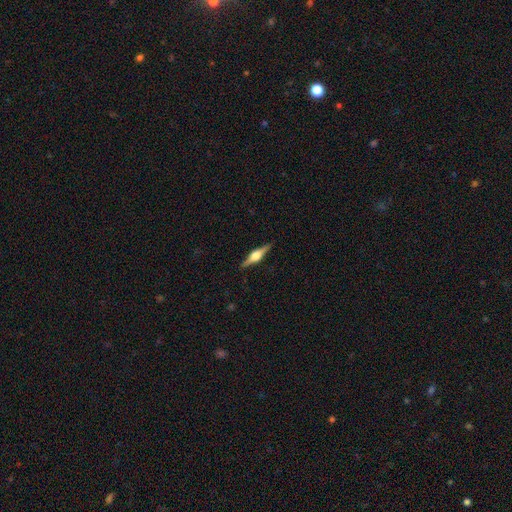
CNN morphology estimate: type=featured or disk (76%); edge-on=yes (98%); edge-on bulge=rounded (92%); merging=none (90%).